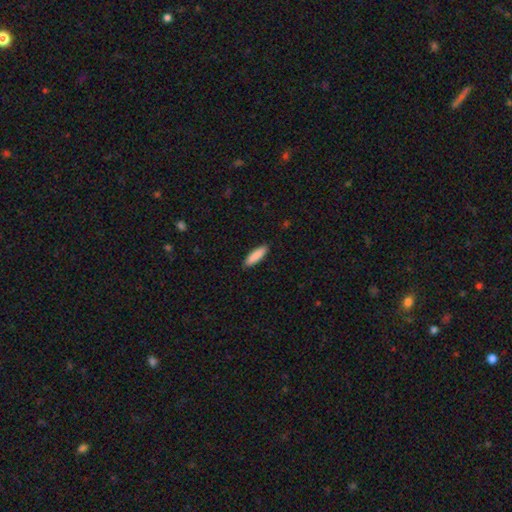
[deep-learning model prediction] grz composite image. It shows a smooth galaxy with no disk features (89%) that is cigar-shaped (56%). Merging: none (90%).